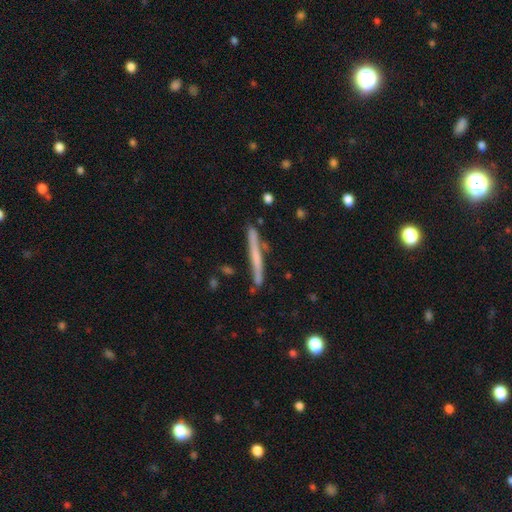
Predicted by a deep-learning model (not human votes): A featured or disk galaxy (50%). Merging: none (81%).